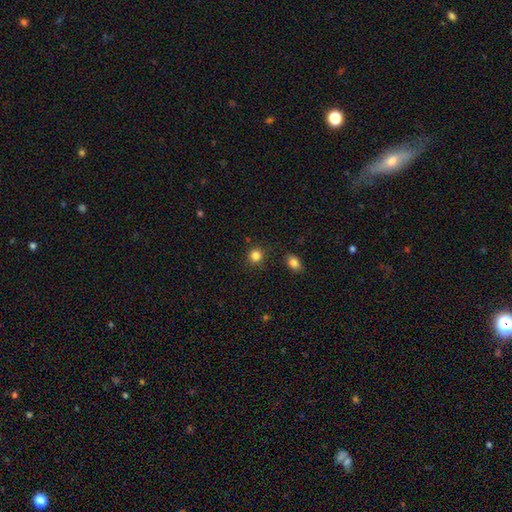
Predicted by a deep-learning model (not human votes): smooth 84%, star or artifact 12%, featured or disk 4%. Down the decision tree: how rounded — round (87%); merging — none (86%).